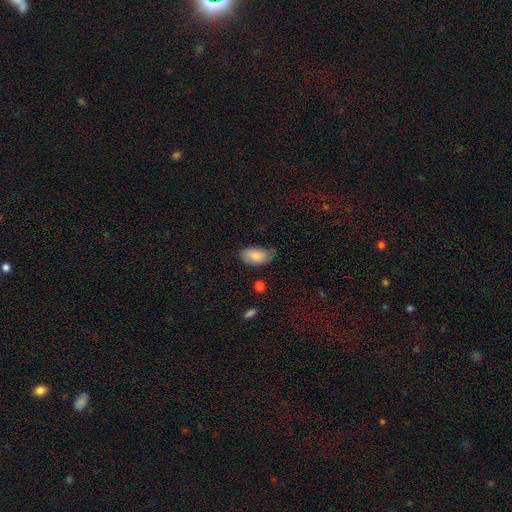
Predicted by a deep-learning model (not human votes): This appears to be a smooth galaxy with no disk features (81%) that is in between round and cigar-shaped (94%). Merging: none (57%).